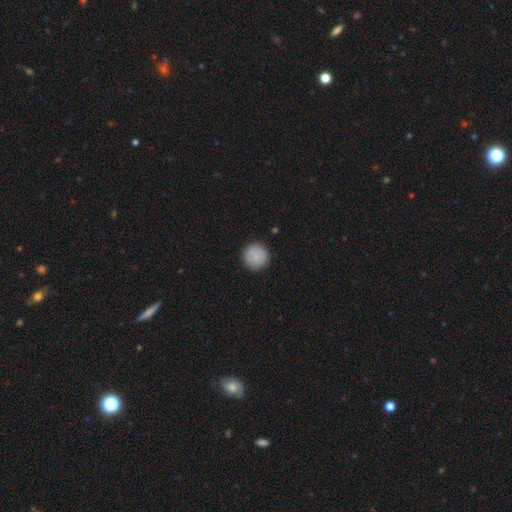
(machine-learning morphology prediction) Smooth or featured? smooth (85%)
How rounded? round (96%)
Merging? none (91%)